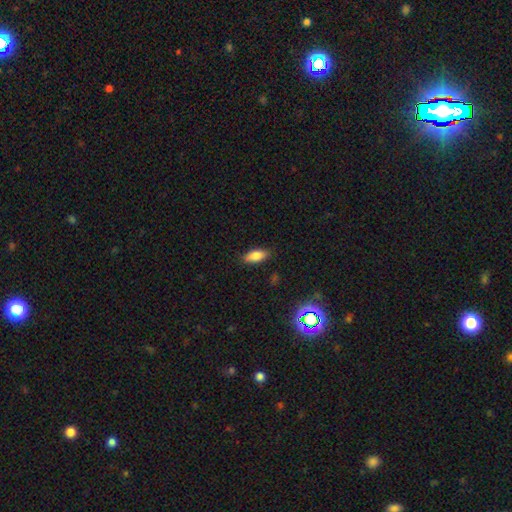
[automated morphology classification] Smooth or featured?
  - smooth: 80% *
  - star or artifact: 10%
  - featured or disk: 10%
How rounded?
  - in between: 84% *
  - cigar-shaped: 12%
  - round: 3%
Merging?
  - none: 85% *
  - minor disturbance: 11%
  - major disturbance: 3%
  - merger: 1%